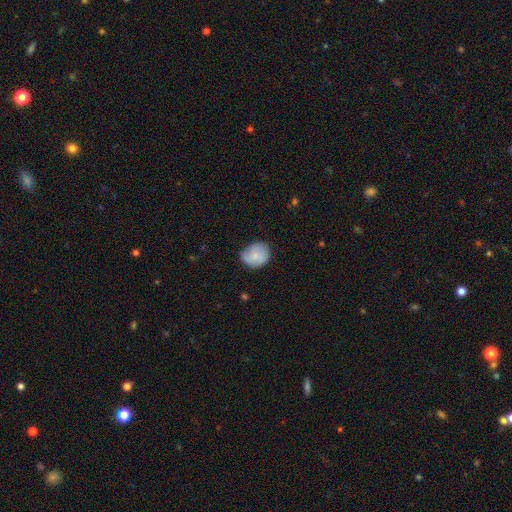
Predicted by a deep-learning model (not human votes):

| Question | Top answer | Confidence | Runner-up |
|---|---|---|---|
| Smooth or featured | smooth | 75% | featured or disk (18%) |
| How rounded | round | 63% | in between (36%) |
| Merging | none | 71% | minor disturbance (23%) |